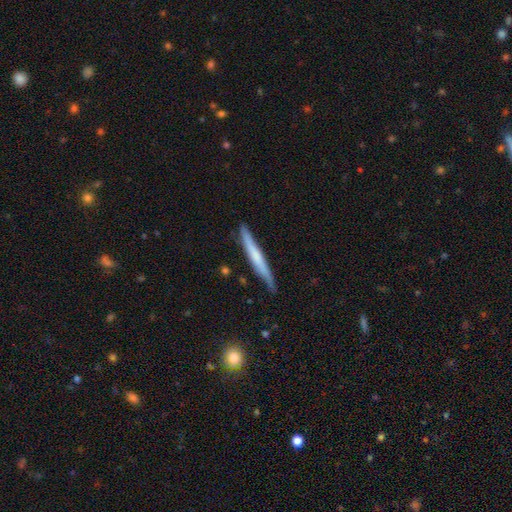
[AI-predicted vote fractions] This is possibly a smooth galaxy (50%). How rounded: clearly cigar-shaped (96%). Merging: clearly none (82%).